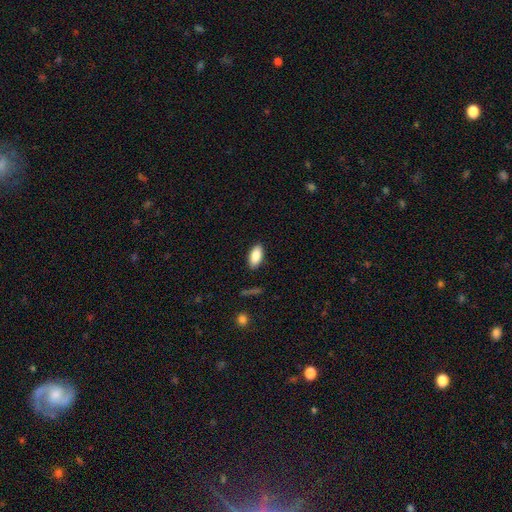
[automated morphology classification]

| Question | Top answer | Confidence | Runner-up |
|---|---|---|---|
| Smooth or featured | smooth | 87% | star or artifact (7%) |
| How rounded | in between | 91% | cigar-shaped (6%) |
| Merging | none | 88% | minor disturbance (9%) |